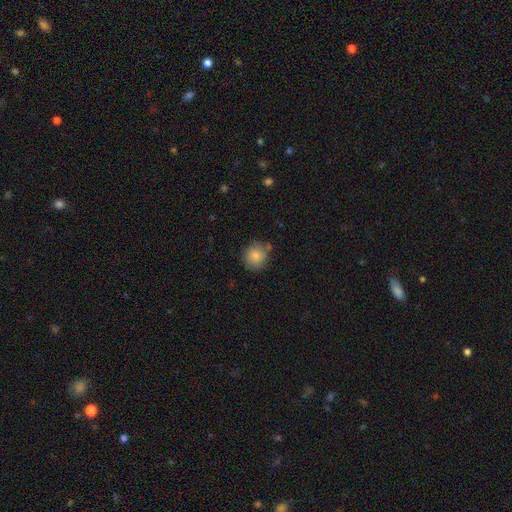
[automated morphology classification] A smooth galaxy with no disk features (85%) that is round (88%).

Vote fractions:
- Smooth or featured? smooth: 85% / star or artifact: 8% / featured or disk: 7%
- How rounded? round: 88% / in between: 11% / cigar-shaped: 1%
- Merging? none: 77% / minor disturbance: 14% / merger: 5% / major disturbance: 4%